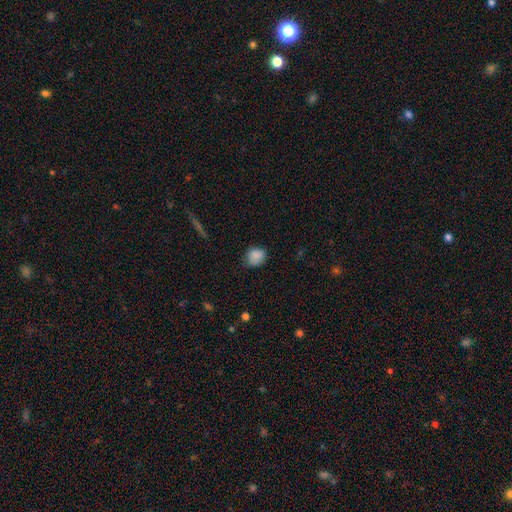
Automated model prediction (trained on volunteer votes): Smooth or featured? smooth (85%)
How rounded? round (64%)
Merging? none (65%)